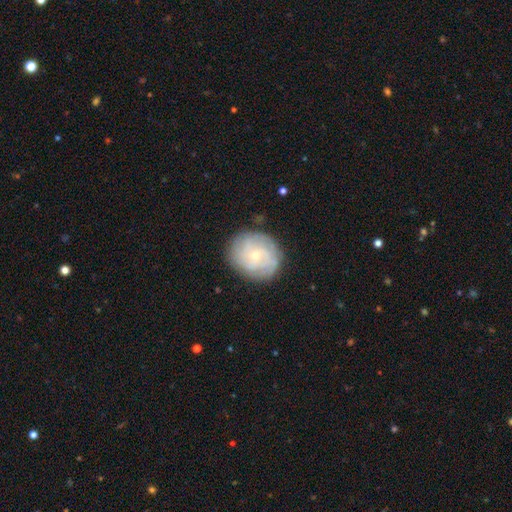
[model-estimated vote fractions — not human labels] A featured or disk galaxy (58%) with no bar (77%), spiral arms (80%) and a small central bulge (73%). Merging: none (82%).